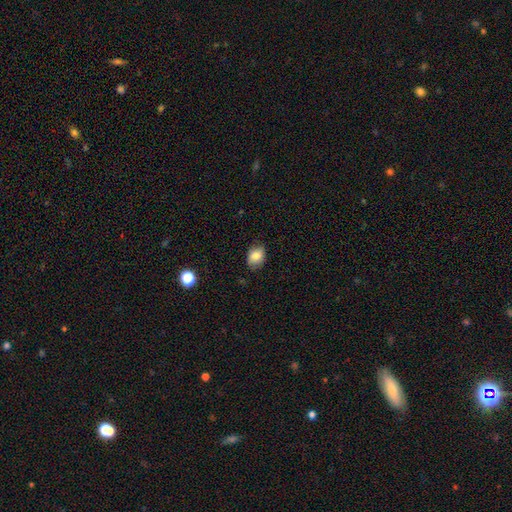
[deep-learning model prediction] Q: Smooth or featured?
A: smooth (80%); runner-up: featured or disk (11%)
Q: How rounded?
A: in between (69%); runner-up: round (30%)
Q: Merging?
A: none (75%); runner-up: minor disturbance (20%)